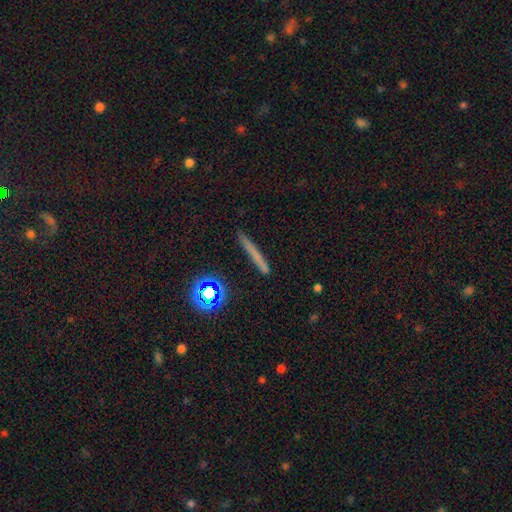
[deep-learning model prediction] smooth-or-featured: smooth: 58% | featured or disk: 27% | star or artifact: 15%
  how-rounded: cigar-shaped: 93% | round: 4% | in between: 3%
  merging: none: 88% | minor disturbance: 8% | major disturbance: 2% | merger: 2%